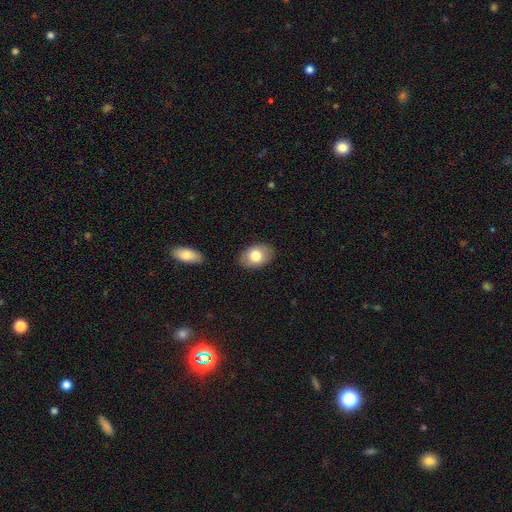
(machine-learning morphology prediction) type=smooth (79%); roundness=in between (85%); merging=none (86%).